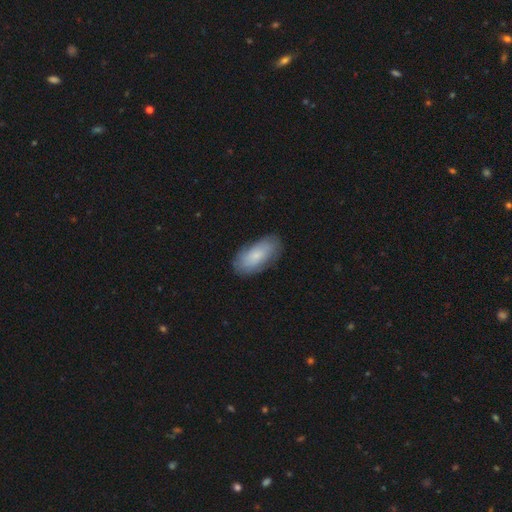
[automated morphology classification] smooth 69%, featured or disk 24%, star or artifact 6%. Down the decision tree: how rounded — in between (90%); merging — none (79%).